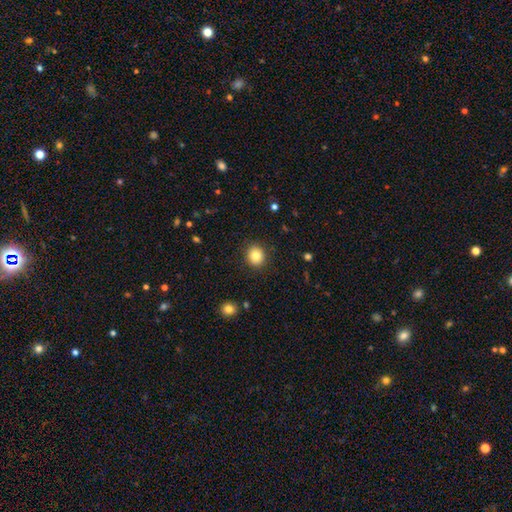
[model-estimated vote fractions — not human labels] Overall: smooth (83%). How rounded: round (84%). Merging: none (90%).